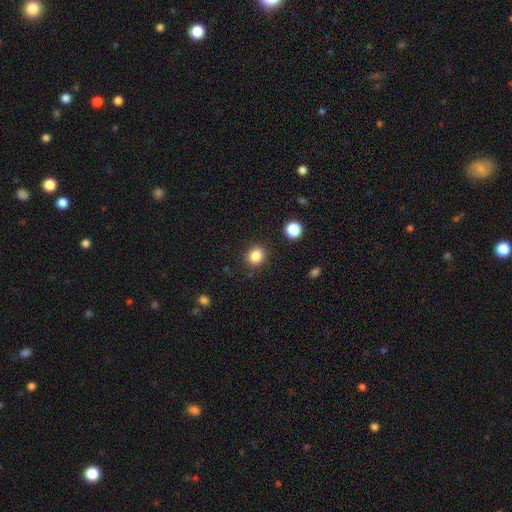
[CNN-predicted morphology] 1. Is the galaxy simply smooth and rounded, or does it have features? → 85% smooth, 11% star or artifact, 4% featured or disk.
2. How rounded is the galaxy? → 76% round, 23% in between, 1% cigar-shaped.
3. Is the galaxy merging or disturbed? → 88% none, 8% minor disturbance, 3% major disturbance, 2% merger.